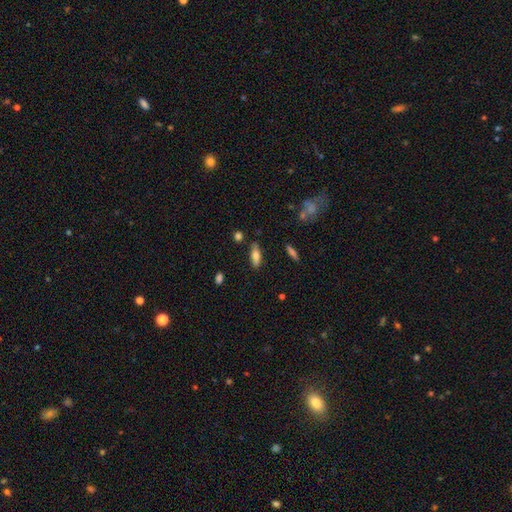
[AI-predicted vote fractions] Smooth or featured? Predicted: smooth (p=0.65). How rounded? Predicted: in between (p=0.55). Merging? Predicted: none (p=0.82).